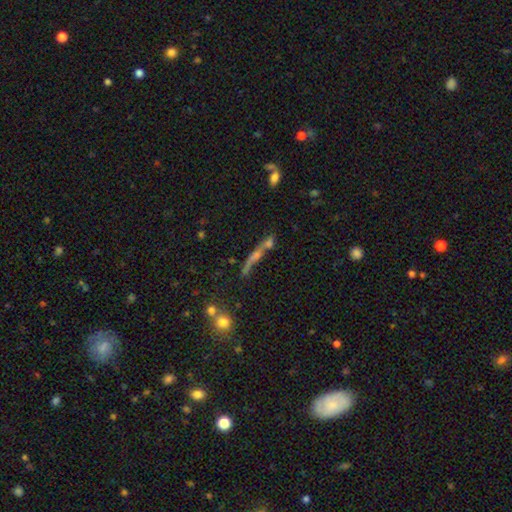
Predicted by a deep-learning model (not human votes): The model was most divided on "merging": none: 43%, merger: 31%, minor disturbance: 13%, major disturbance: 12%. Remaining: smooth or featured — featured or disk (47%).